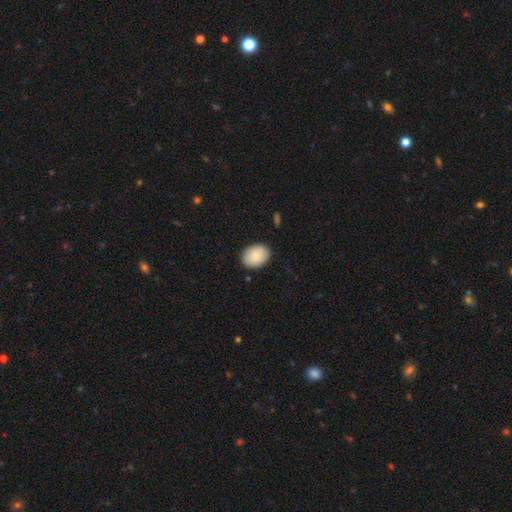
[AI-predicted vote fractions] A smooth galaxy with no disk features (83%) that is in between round and cigar-shaped (69%).

Vote fractions:
- Smooth or featured? smooth: 83% / featured or disk: 10% / star or artifact: 6%
- How rounded? in between: 69% / round: 30% / cigar-shaped: 1%
- Merging? none: 87% / minor disturbance: 10% / major disturbance: 2% / merger: 1%